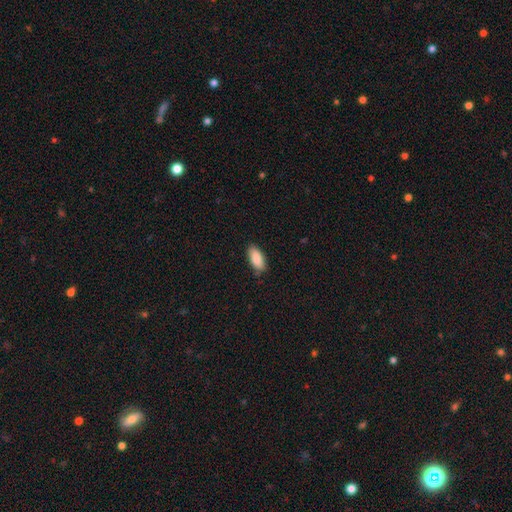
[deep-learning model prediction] The model was most divided on "merging": none: 82%, minor disturbance: 14%, major disturbance: 2%, merger: 1%. More confident: smooth or featured — smooth (88%); how rounded — in between (87%).